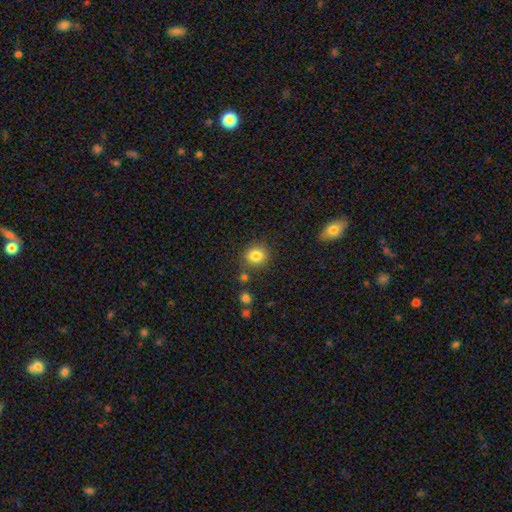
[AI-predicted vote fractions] smooth 83%, star or artifact 11%, featured or disk 6%. Down the decision tree: how rounded — round (79%); merging — none (82%).